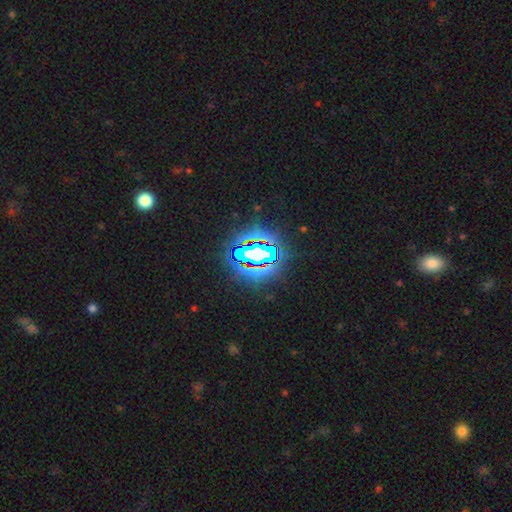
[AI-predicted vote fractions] Smooth or featured: star or artifact — 74% (featured or disk — 13%)